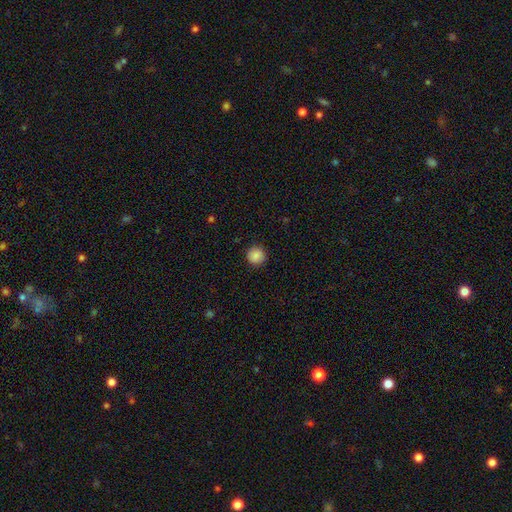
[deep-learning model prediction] Overall: smooth (87%). How rounded: round (95%). Merging: none (91%).